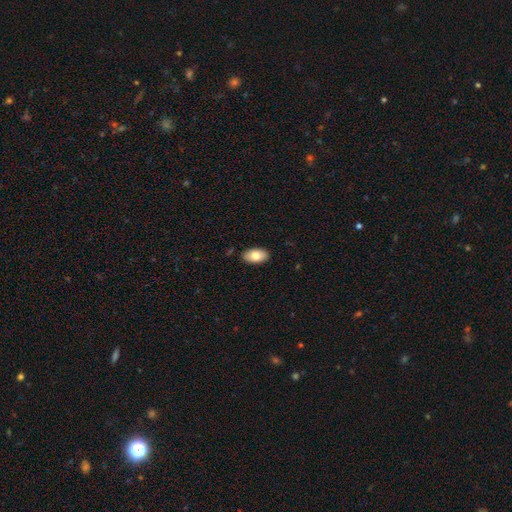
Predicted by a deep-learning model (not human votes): Q: Smooth or featured?
A: smooth (80%); runner-up: featured or disk (14%)
Q: How rounded?
A: in between (94%); runner-up: round (4%)
Q: Merging?
A: none (88%); runner-up: minor disturbance (9%)